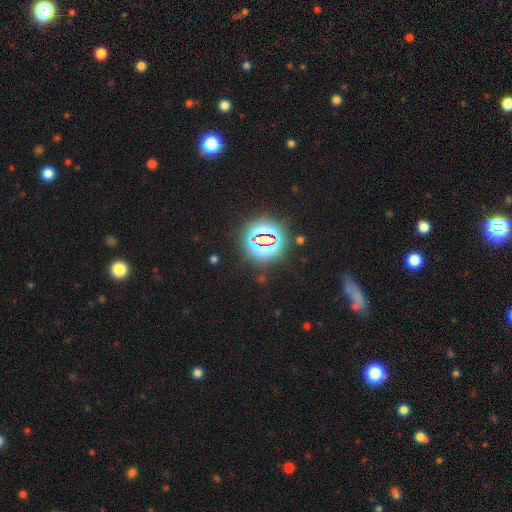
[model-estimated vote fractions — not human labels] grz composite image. It shows a star or artifact, not a galaxy (80%).